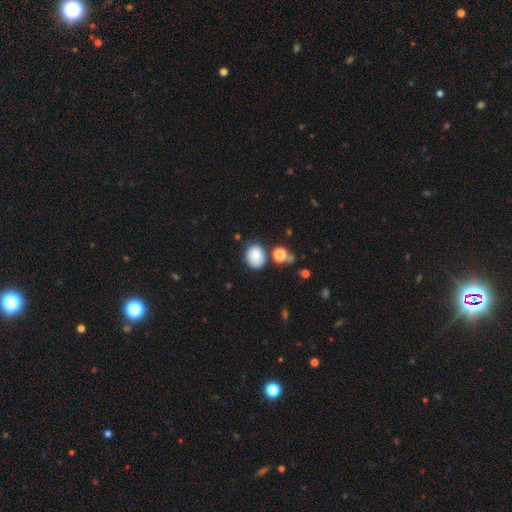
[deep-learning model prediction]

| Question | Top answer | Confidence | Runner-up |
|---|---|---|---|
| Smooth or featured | smooth | 83% | star or artifact (9%) |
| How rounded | round | 55% | in between (44%) |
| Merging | none | 72% | minor disturbance (16%) |